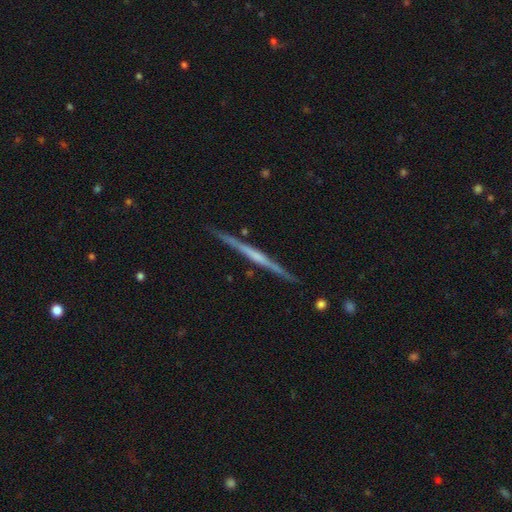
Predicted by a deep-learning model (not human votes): Smooth or featured: featured or disk — 74% (smooth — 21%)
Edge-on disk: yes — 98% (no — 2%)
Edge-on bulge: none — 60% (rounded — 26%)
Merging: none — 90% (minor disturbance — 7%)